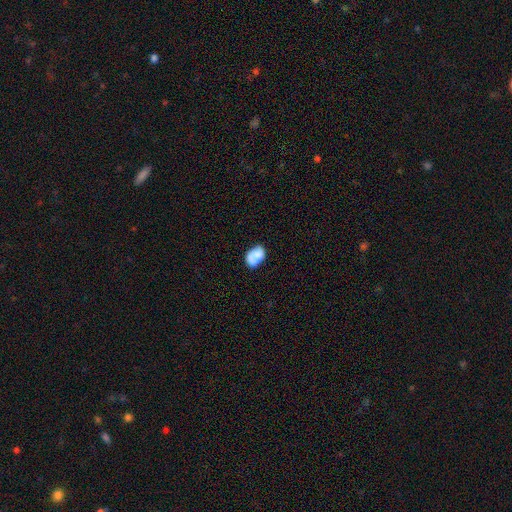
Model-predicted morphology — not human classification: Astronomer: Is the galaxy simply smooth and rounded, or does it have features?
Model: smooth — 67%.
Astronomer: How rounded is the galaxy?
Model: in between — 76%.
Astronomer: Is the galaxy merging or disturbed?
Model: none — 41% (runner-up: minor disturbance, 25%).